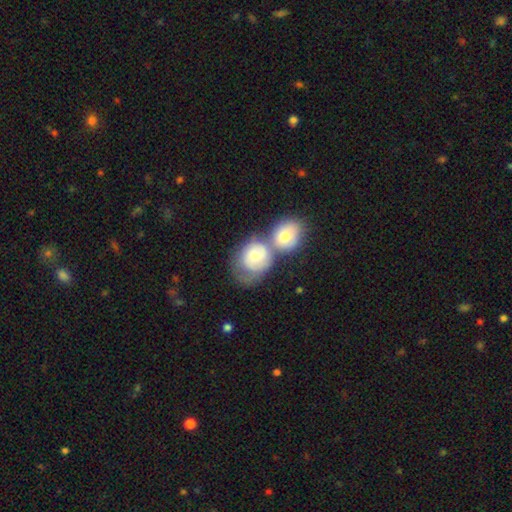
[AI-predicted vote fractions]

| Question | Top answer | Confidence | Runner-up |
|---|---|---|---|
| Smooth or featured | smooth | 57% | featured or disk (35%) |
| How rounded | round | 64% | in between (35%) |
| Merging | merger | 57% | none (21%) |